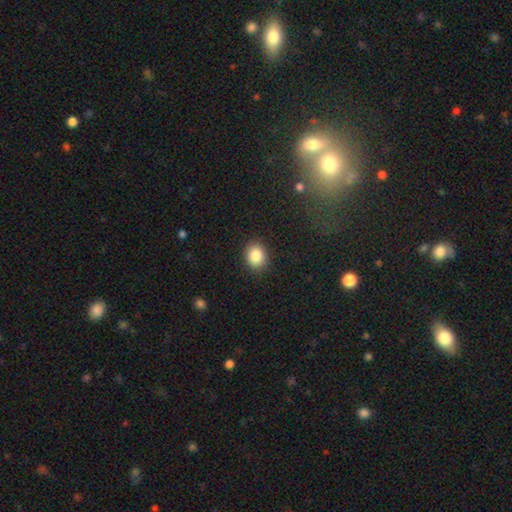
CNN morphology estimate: Smooth or featured? smooth (86%)
How rounded? in between (54%)
Merging? none (88%)